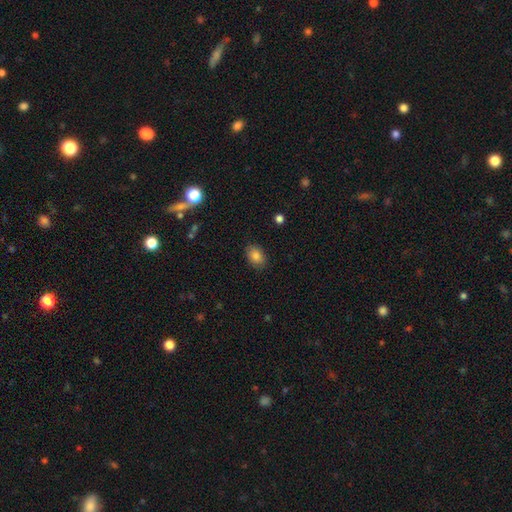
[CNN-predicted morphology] This is clearly a smooth galaxy (85%). How rounded: likely in between (78%). Merging: clearly none (85%).